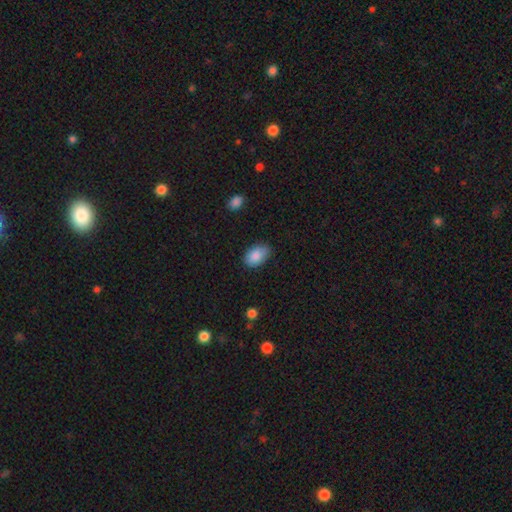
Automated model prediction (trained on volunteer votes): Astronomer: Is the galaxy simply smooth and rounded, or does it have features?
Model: smooth — 88%.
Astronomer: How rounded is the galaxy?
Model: in between — 89%.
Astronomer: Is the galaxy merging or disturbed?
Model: none — 74%.